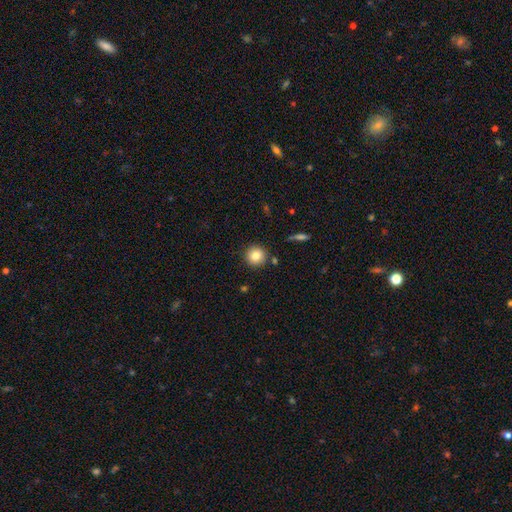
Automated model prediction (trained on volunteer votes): Morphology: type=smooth (82%); roundness=round (94%); merging=none (88%).